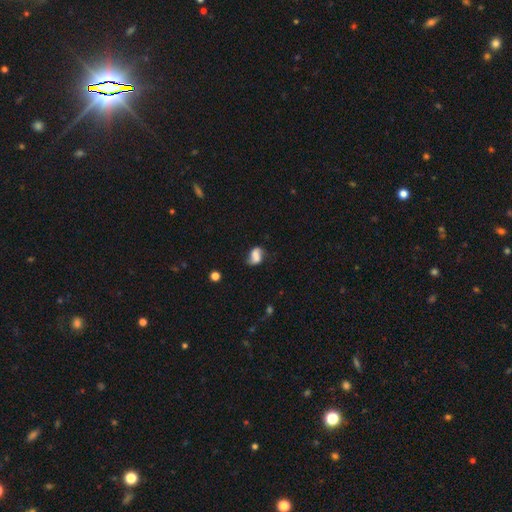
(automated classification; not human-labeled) A smooth galaxy with no disk features (51%) that is in between round and cigar-shaped (79%). Merging: none (47%).